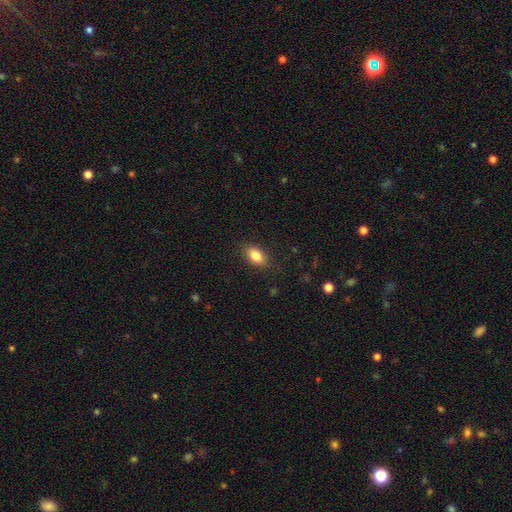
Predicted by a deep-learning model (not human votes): Smooth or featured?
  - smooth: 84% *
  - star or artifact: 8%
  - featured or disk: 8%
How rounded?
  - in between: 87% *
  - round: 10%
  - cigar-shaped: 3%
Merging?
  - none: 85% *
  - minor disturbance: 11%
  - major disturbance: 3%
  - merger: 1%